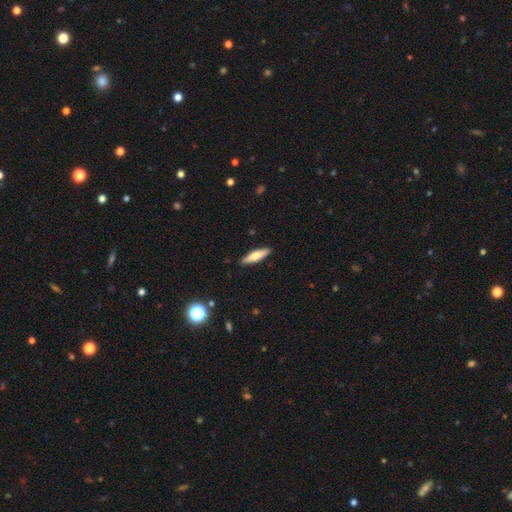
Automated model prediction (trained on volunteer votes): smooth-or-featured: smooth: 67% | featured or disk: 27% | star or artifact: 6%
  how-rounded: cigar-shaped: 76% | in between: 22% | round: 2%
  merging: none: 89% | minor disturbance: 8% | major disturbance: 2% | merger: 1%